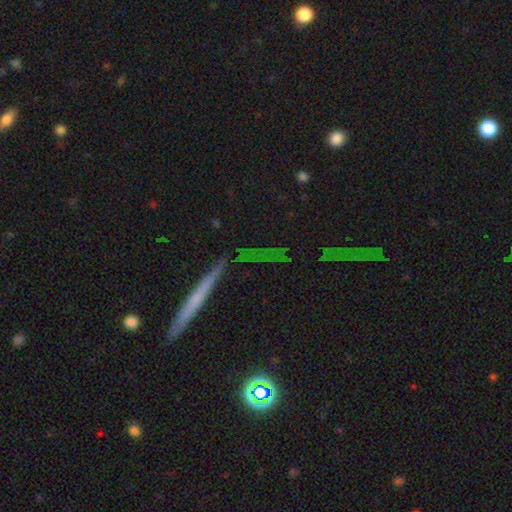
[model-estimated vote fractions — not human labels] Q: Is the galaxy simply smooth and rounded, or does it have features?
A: featured or disk — 46%.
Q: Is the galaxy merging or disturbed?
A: none — 80%.